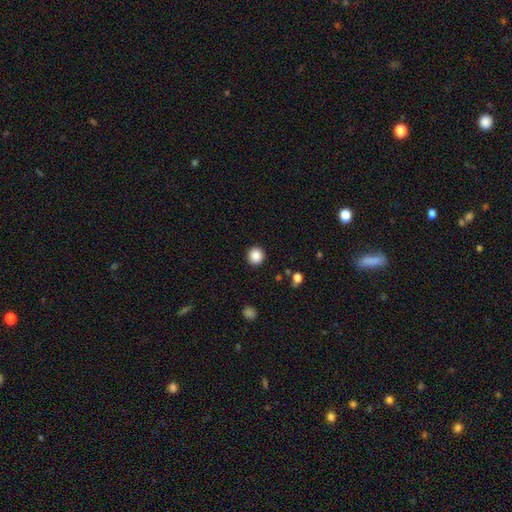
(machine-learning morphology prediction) Smooth or featured: smooth — 87% (star or artifact — 10%)
How rounded: round — 94% (in between — 5%)
Merging: none — 92% (minor disturbance — 5%)